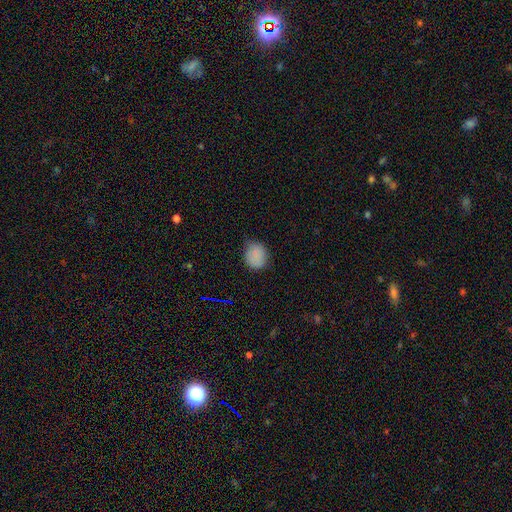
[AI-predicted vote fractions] smooth 84%, star or artifact 9%, featured or disk 6%. Down the decision tree: how rounded — round (64%); merging — none (63%).